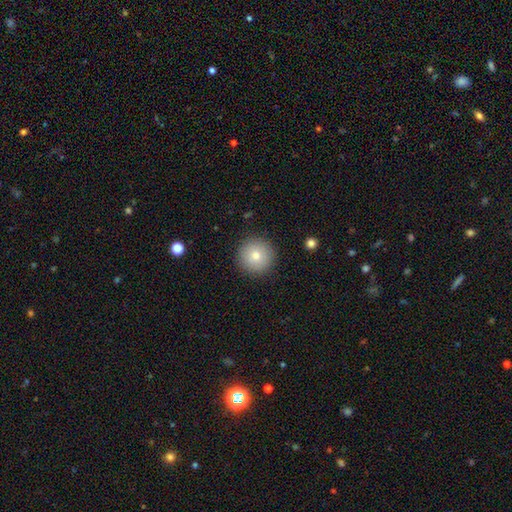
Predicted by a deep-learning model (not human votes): This appears to be a smooth galaxy with no disk features (78%) that is round (96%). Merging: none (92%).